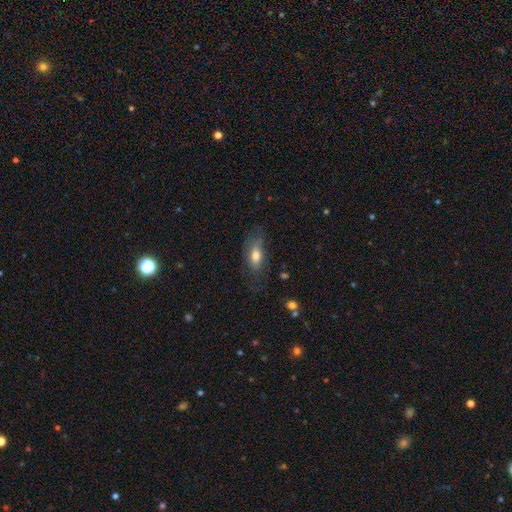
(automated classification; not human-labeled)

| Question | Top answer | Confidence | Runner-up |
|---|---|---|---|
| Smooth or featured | smooth | 69% | featured or disk (22%) |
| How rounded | in between | 80% | cigar-shaped (14%) |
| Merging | none | 59% | minor disturbance (25%) |